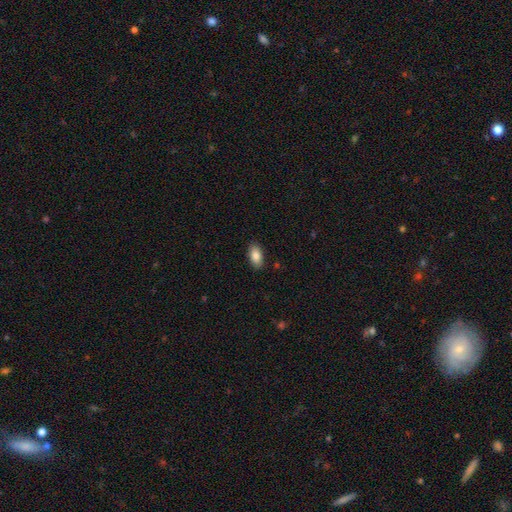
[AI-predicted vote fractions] A smooth galaxy with no disk features (86%) that is in between round and cigar-shaped (92%). Merging: none (88%).